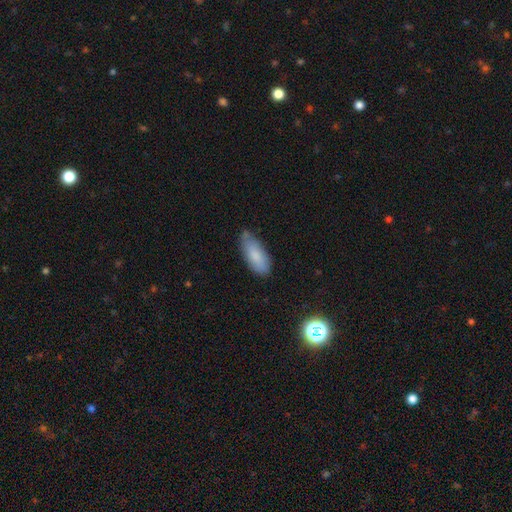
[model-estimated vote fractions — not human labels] Overall: smooth (81%). How rounded: in between (77%). Merging: none (65%; minor disturbance 27%).